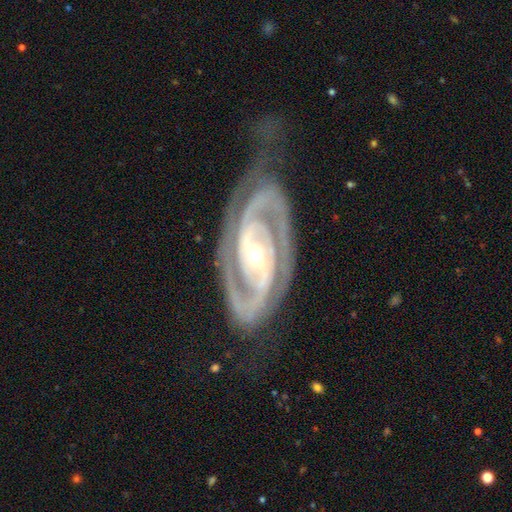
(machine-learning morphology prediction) Smooth or featured: featured or disk — 93% (star or artifact — 4%)
Edge-on disk: no — 96% (yes — 4%)
Bar: no — 40% (strong — 32%)
Spiral arms: yes — 98% (no — 2%)
Spiral winding: tight — 68% (medium — 28%)
Spiral arm count: 2 — 85% (3 — 7%)
Bulge size: small — 56% (moderate — 40%)
Merging: none — 63% (minor disturbance — 22%)